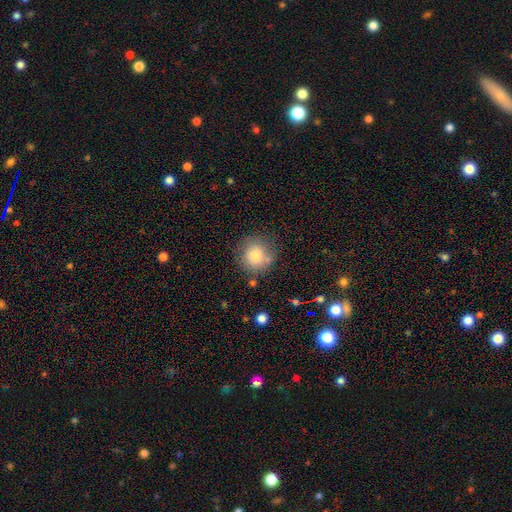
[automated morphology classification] smooth-or-featured: smooth: 81% | featured or disk: 10% | star or artifact: 8%
  how-rounded: round: 88% | in between: 11% | cigar-shaped: 1%
  merging: none: 70% | minor disturbance: 18% | merger: 6% | major disturbance: 6%